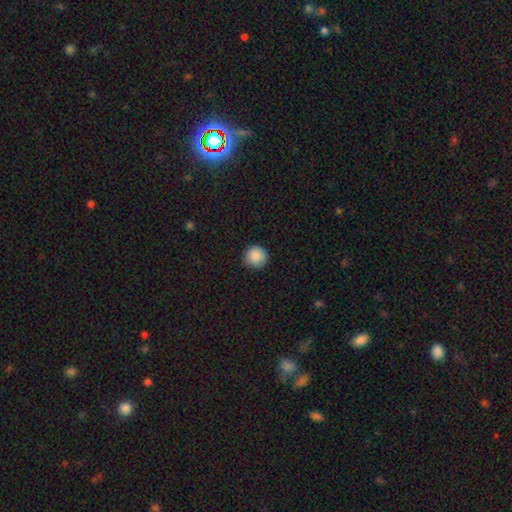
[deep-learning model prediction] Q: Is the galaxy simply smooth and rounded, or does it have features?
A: smooth — 88%.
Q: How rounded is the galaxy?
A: round — 95%.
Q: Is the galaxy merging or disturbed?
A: none — 87%.